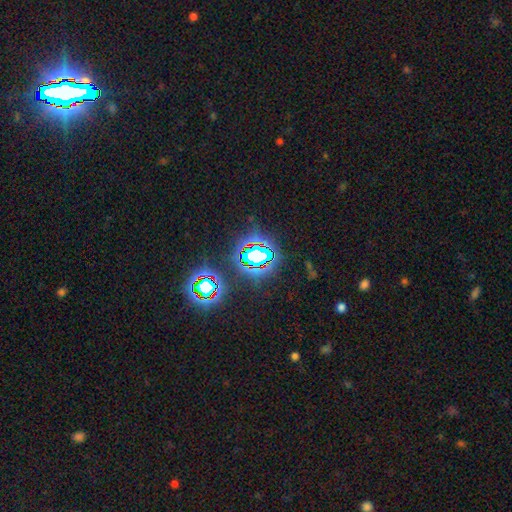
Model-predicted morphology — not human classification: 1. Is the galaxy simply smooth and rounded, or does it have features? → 68% star or artifact, 18% smooth, 13% featured or disk.